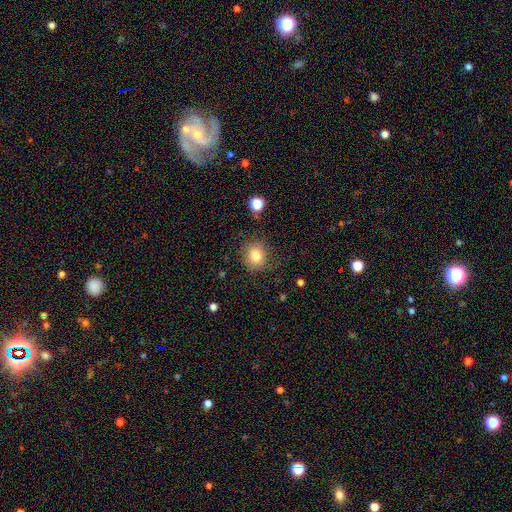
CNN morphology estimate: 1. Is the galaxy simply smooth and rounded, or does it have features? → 83% smooth, 10% star or artifact, 7% featured or disk.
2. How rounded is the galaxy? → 71% round, 28% in between, 1% cigar-shaped.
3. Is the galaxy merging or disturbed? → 77% none, 16% minor disturbance, 6% major disturbance, 2% merger.